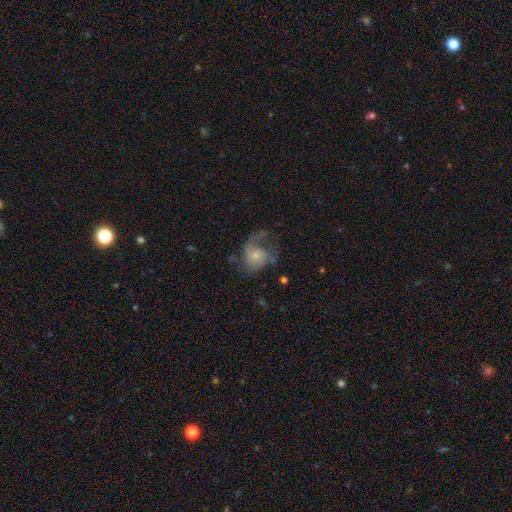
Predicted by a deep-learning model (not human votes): A featured or disk galaxy (63%) with no bar (73%), 1 (54%) loose (50%) spiral arms (83%) and a small central bulge (53%).

Vote fractions:
- Smooth or featured? featured or disk: 63% / smooth: 29% / star or artifact: 8%
- Edge-on disk? no: 97% / yes: 3%
- Bar? no: 73% / weak: 24% / strong: 3%
- Spiral arms? yes: 83% / no: 17%
- Spiral winding? loose: 50% / medium: 37% / tight: 13%
- Spiral arm count? 1: 54% / 2: 29% / can't tell: 10% / 3: 4% / 4: 2% / more than 4: 2%
- Bulge size? small: 53% / moderate: 35% / none: 6% / large: 4% / dominant: 2%
- Merging? major disturbance: 47% / none: 30% / minor disturbance: 20% / merger: 3%